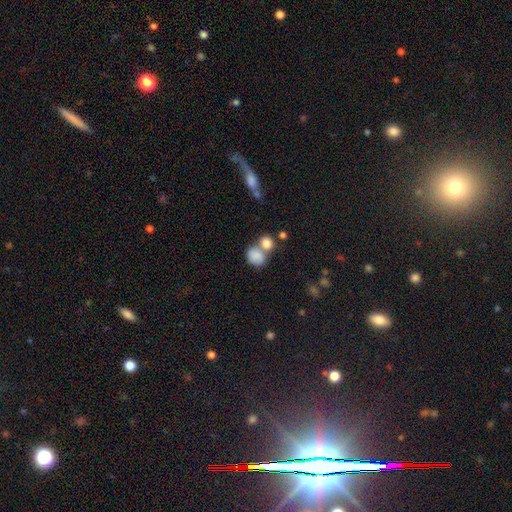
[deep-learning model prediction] Smooth or featured?
  - smooth: 82% *
  - featured or disk: 9%
  - star or artifact: 8%
How rounded?
  - round: 57% *
  - in between: 42%
  - cigar-shaped: 1%
Merging?
  - merger: 51% *
  - none: 33%
  - minor disturbance: 11%
  - major disturbance: 6%